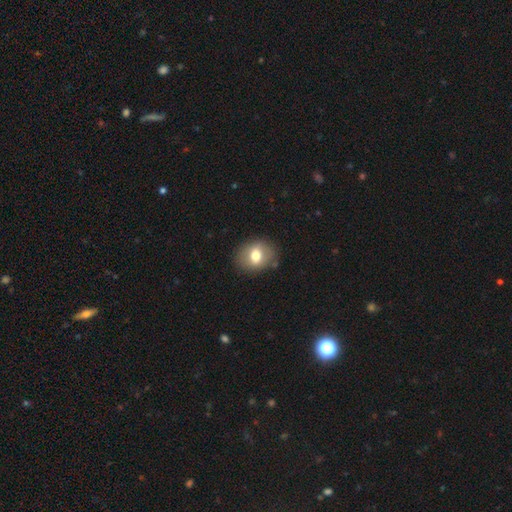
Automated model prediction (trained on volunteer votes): This is likely a smooth galaxy (68%). How rounded: possibly in between (50%). Merging: clearly none (83%).